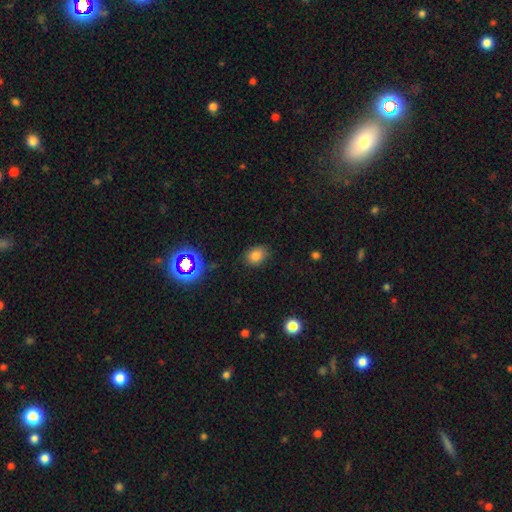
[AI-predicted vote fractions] A smooth galaxy with no disk features (79%) that is in between round and cigar-shaped (66%). Merging: none (81%).